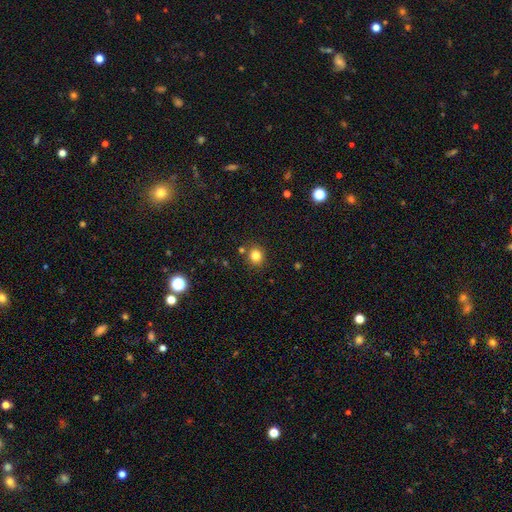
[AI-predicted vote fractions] Smooth or featured? smooth (81%)
How rounded? round (84%)
Merging? none (84%)